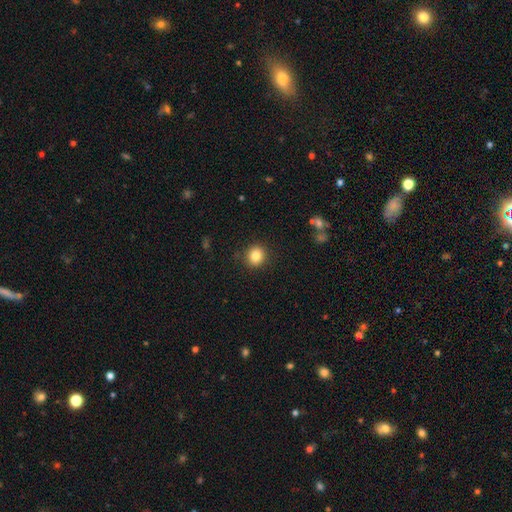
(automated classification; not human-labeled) Smooth or featured?
  - smooth: 83% *
  - star or artifact: 11%
  - featured or disk: 6%
How rounded?
  - round: 86% *
  - in between: 13%
  - cigar-shaped: 1%
Merging?
  - none: 89% *
  - minor disturbance: 7%
  - major disturbance: 2%
  - merger: 1%